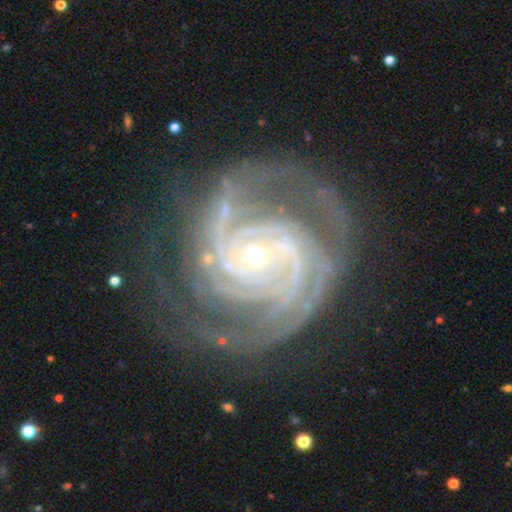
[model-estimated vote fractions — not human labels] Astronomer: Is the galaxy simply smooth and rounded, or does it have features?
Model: featured or disk — 92%.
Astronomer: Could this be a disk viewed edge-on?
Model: no — 98%.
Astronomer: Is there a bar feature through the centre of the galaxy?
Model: no — 63%.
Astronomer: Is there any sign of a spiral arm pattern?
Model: yes — 99%.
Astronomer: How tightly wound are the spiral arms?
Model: tight — 70%.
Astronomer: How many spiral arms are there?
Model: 3 — 27% (runner-up: 2, 26%).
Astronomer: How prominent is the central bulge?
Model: small — 68%.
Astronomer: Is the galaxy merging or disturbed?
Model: none — 73%.